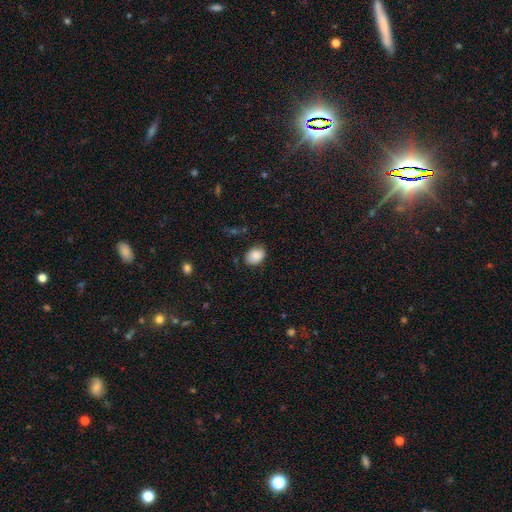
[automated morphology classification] Smooth or featured: smooth — 87% (star or artifact — 8%)
How rounded: in between — 69% (round — 30%)
Merging: none — 80% (minor disturbance — 16%)